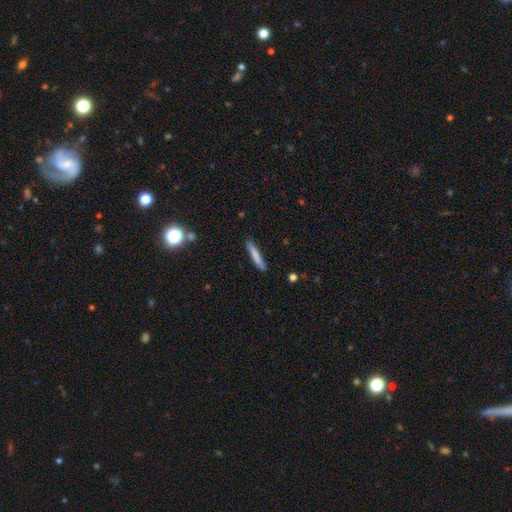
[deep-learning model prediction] smooth-or-featured: smooth: 75% | featured or disk: 19% | star or artifact: 6%
  how-rounded: cigar-shaped: 94% | in between: 5% | round: 1%
  merging: none: 88% | minor disturbance: 9% | major disturbance: 2% | merger: 2%